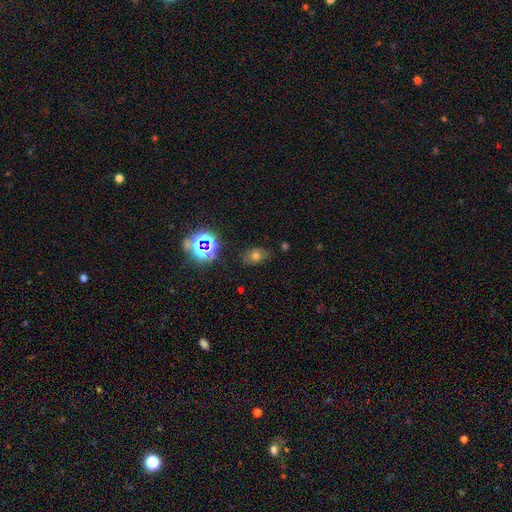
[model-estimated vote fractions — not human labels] Morphology: type=smooth (63%); roundness=in between (74%); merging=none (77%).